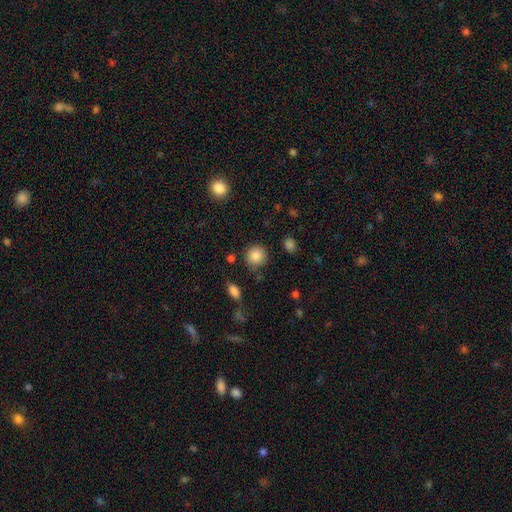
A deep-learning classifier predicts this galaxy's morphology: Smooth or featured: smooth — 86% (star or artifact — 9%)
How rounded: round — 90% (in between — 9%)
Merging: none — 84% (minor disturbance — 9%)